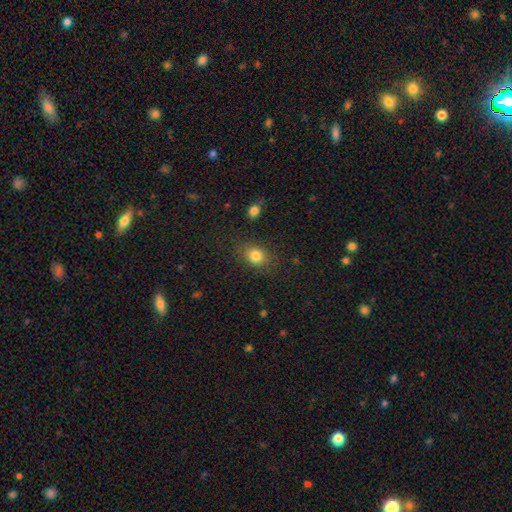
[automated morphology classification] This appears to be a smooth galaxy with no disk features (82%) that is round (50%). Merging: none (82%).